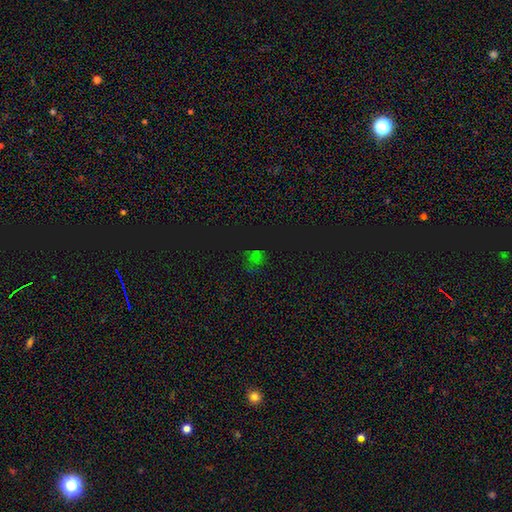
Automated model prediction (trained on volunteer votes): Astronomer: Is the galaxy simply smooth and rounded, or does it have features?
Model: star or artifact — 52% (runner-up: smooth, 39%).